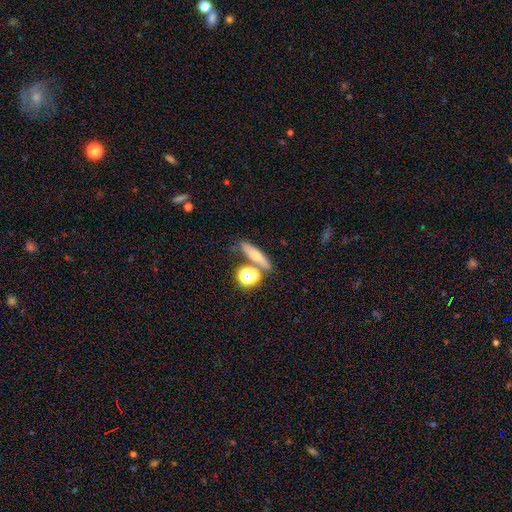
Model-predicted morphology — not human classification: Smooth or featured?
  - smooth: 60% *
  - featured or disk: 24%
  - star or artifact: 15%
How rounded?
  - cigar-shaped: 57% *
  - in between: 26%
  - round: 17%
Merging?
  - none: 68% *
  - merger: 16%
  - minor disturbance: 11%
  - major disturbance: 5%